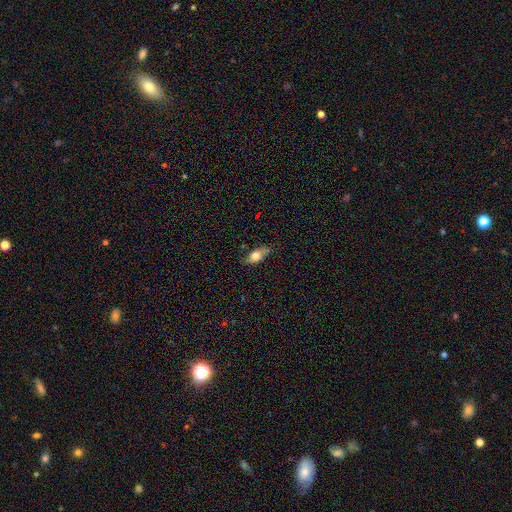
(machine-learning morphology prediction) Smooth or featured? Predicted: smooth (p=0.67). How rounded? Predicted: in between (p=0.79). Merging? Predicted: none (p=0.73).